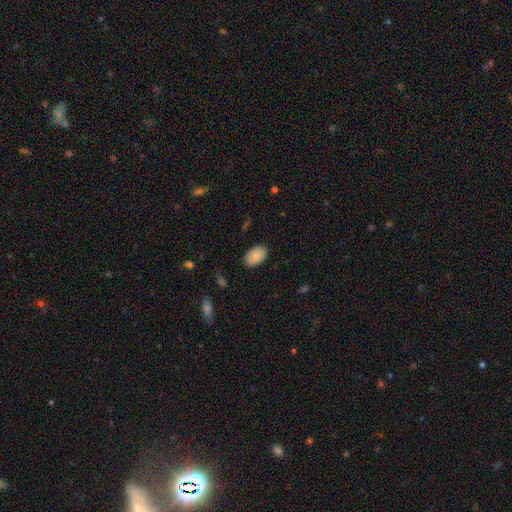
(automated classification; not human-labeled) Smooth or featured?
  - smooth: 87% *
  - star or artifact: 7%
  - featured or disk: 6%
How rounded?
  - in between: 92% *
  - round: 7%
  - cigar-shaped: 1%
Merging?
  - none: 87% *
  - minor disturbance: 10%
  - major disturbance: 2%
  - merger: 1%